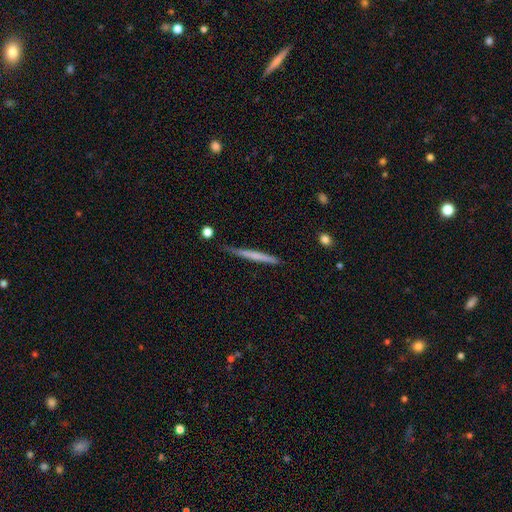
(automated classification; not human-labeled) A smooth galaxy with no disk features (53%) that is cigar-shaped (97%).

Vote fractions:
- Smooth or featured? smooth: 53% / featured or disk: 41% / star or artifact: 6%
- How rounded? cigar-shaped: 97% / in between: 2% / round: 1%
- Merging? none: 79% / minor disturbance: 16% / major disturbance: 3% / merger: 2%